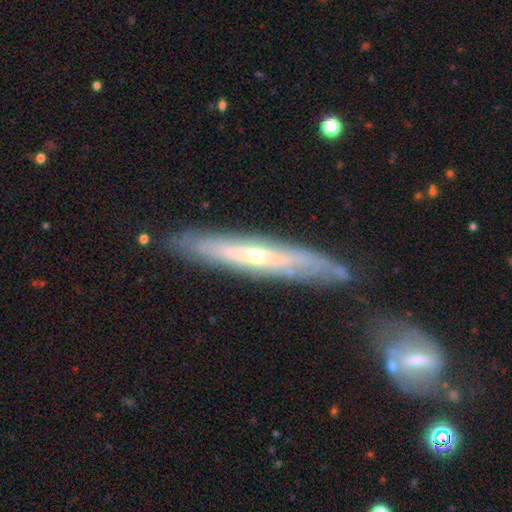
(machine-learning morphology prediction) A featured or disk galaxy (71%) viewed edge-on (71%) with a rounded central bulge (65%). Merging: none (75%).